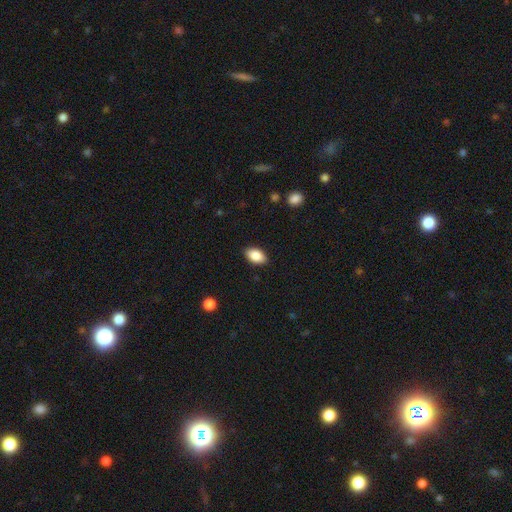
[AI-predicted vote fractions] A smooth galaxy with no disk features (88%) that is in between round and cigar-shaped (92%).

Vote fractions:
- Smooth or featured? smooth: 88% / star or artifact: 7% / featured or disk: 5%
- How rounded? in between: 92% / round: 6% / cigar-shaped: 2%
- Merging? none: 88% / minor disturbance: 9% / major disturbance: 2% / merger: 1%